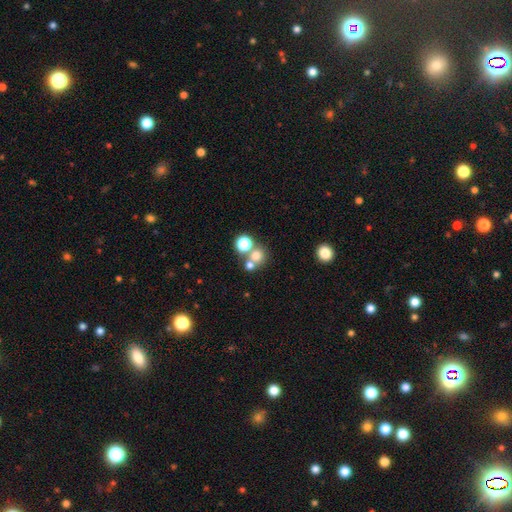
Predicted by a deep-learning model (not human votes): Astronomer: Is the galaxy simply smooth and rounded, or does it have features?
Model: smooth — 69%.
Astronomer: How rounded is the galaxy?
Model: round — 85%.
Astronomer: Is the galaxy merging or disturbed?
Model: none — 51% (runner-up: merger, 38%).